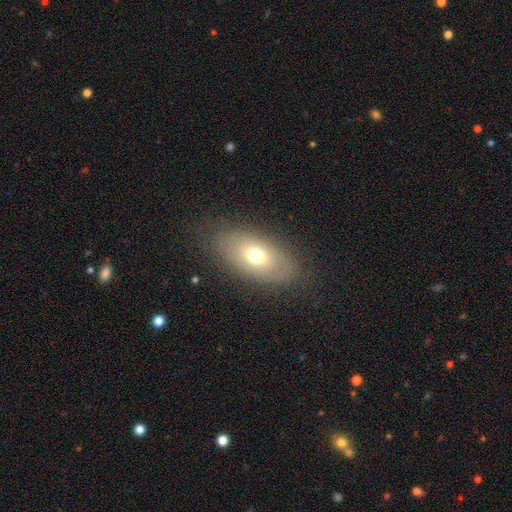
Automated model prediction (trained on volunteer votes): smooth-or-featured: smooth: 65% | featured or disk: 24% | star or artifact: 10%
  how-rounded: in between: 88% | round: 9% | cigar-shaped: 3%
  merging: none: 78% | minor disturbance: 14% | major disturbance: 7% | merger: 1%